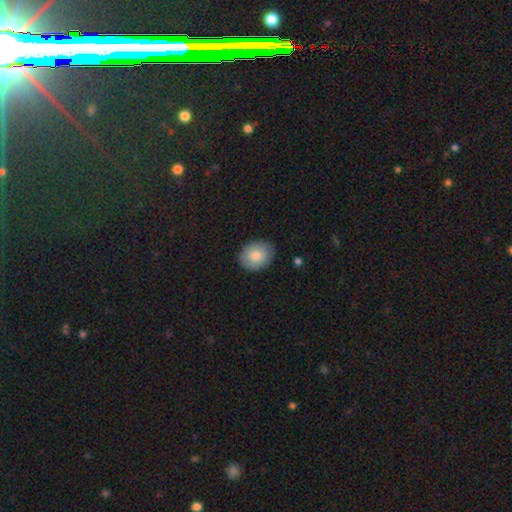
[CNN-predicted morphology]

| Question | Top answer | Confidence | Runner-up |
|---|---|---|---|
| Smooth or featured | smooth | 81% | featured or disk (12%) |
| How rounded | round | 54% | in between (45%) |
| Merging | none | 85% | minor disturbance (12%) |